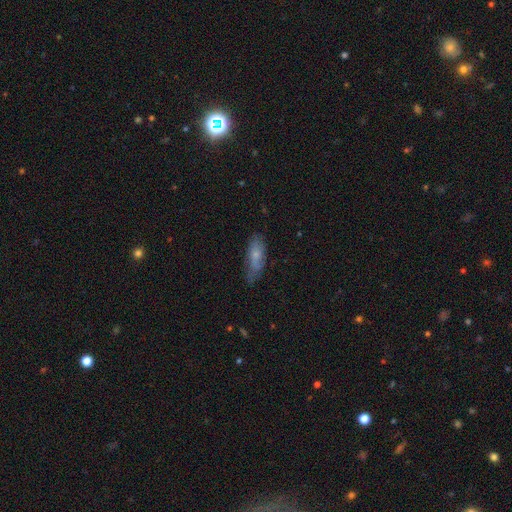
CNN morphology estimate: A smooth galaxy with no disk features (65%) that is in between round and cigar-shaped (63%).

Vote fractions:
- Smooth or featured? smooth: 65% / featured or disk: 28% / star or artifact: 7%
- How rounded? in between: 63% / cigar-shaped: 34% / round: 2%
- Merging? none: 61% / minor disturbance: 29% / major disturbance: 8% / merger: 2%